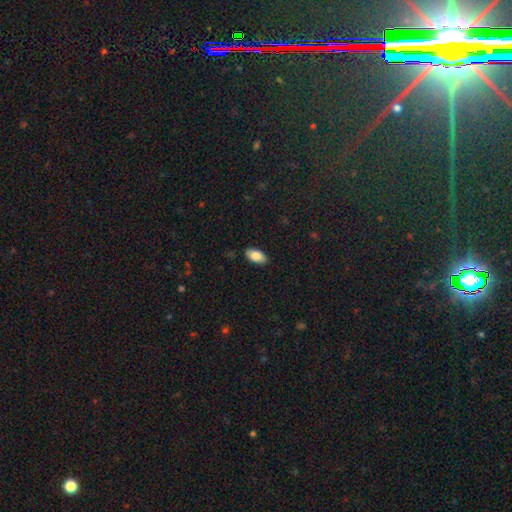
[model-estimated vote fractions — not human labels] Smooth or featured?
  - smooth: 85% *
  - featured or disk: 8%
  - star or artifact: 7%
How rounded?
  - in between: 94% *
  - cigar-shaped: 3%
  - round: 3%
Merging?
  - none: 88% *
  - minor disturbance: 9%
  - major disturbance: 2%
  - merger: 1%